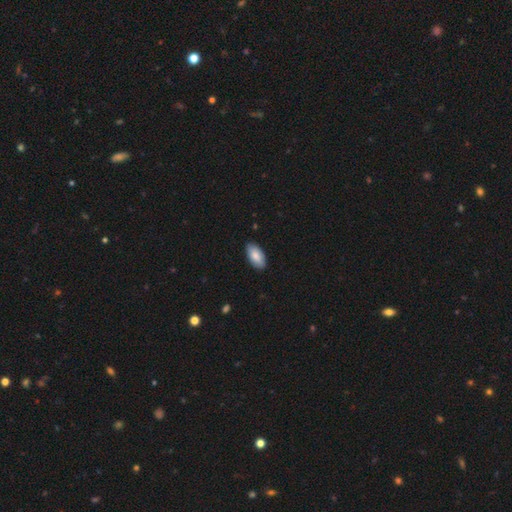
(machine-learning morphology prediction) Smooth or featured? smooth (86%)
How rounded? in between (95%)
Merging? none (88%)